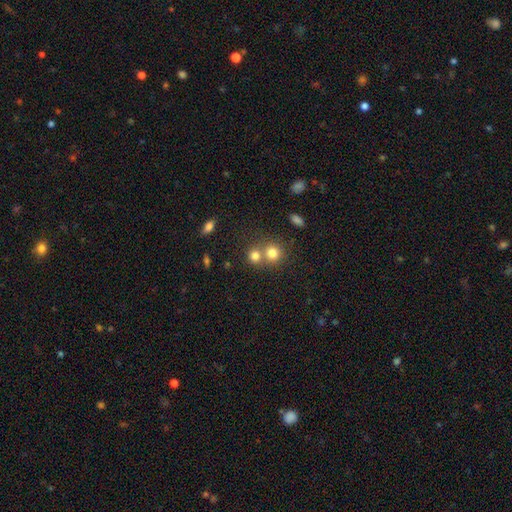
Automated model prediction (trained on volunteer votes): A smooth galaxy with no disk features (77%) that is round (84%).

Vote fractions:
- Smooth or featured? smooth: 77% / star or artifact: 13% / featured or disk: 10%
- How rounded? round: 84% / in between: 15% / cigar-shaped: 1%
- Merging? none: 47% / merger: 44% / minor disturbance: 6% / major disturbance: 3%